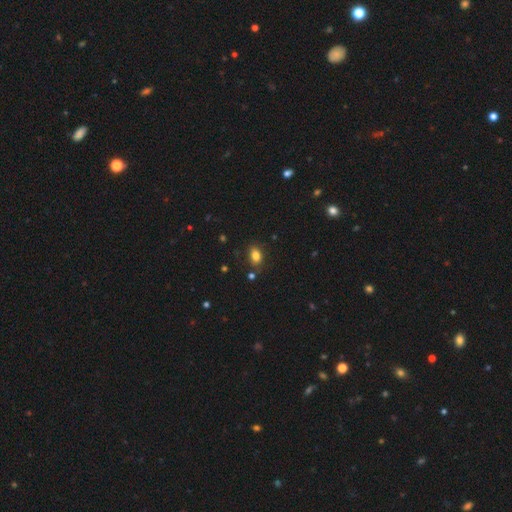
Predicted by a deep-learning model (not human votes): This appears to be a smooth galaxy with no disk features (82%) that is in between round and cigar-shaped (78%). Merging: none (79%).